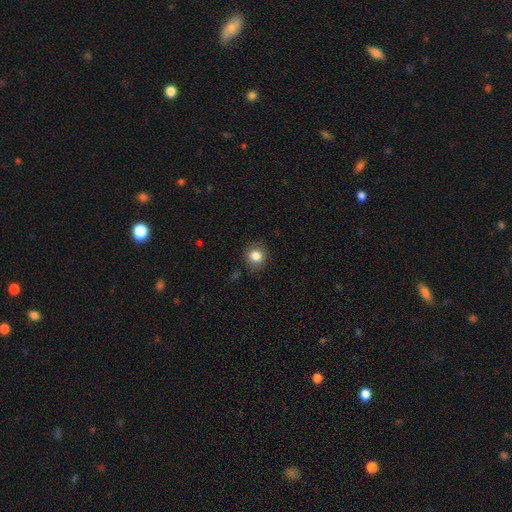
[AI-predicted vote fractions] smooth 83%, star or artifact 11%, featured or disk 6%. Down the decision tree: how rounded — round (87%); merging — none (85%).